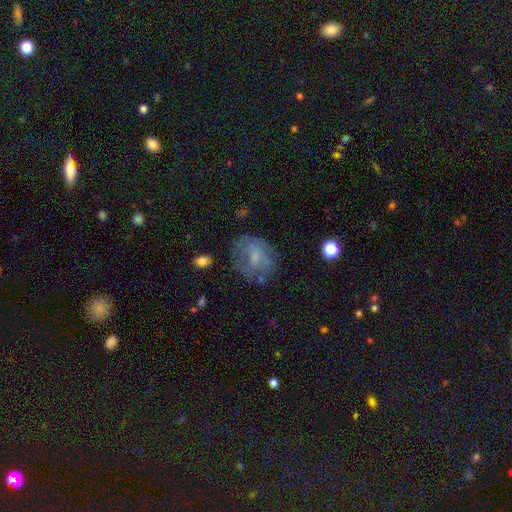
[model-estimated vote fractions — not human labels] Morphology: type=smooth (47%); merging=none (61%).